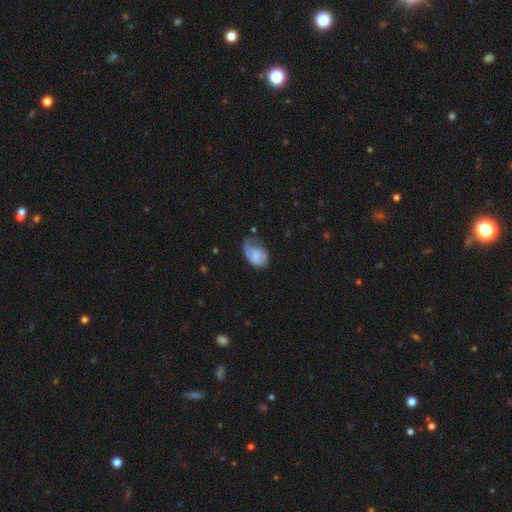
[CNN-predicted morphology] A smooth galaxy with no disk features (59%) that is in between round and cigar-shaped (86%).

Vote fractions:
- Smooth or featured? smooth: 59% / featured or disk: 33% / star or artifact: 8%
- How rounded? in between: 86% / round: 12% / cigar-shaped: 1%
- Merging? minor disturbance: 38% / none: 31% / major disturbance: 28% / merger: 3%